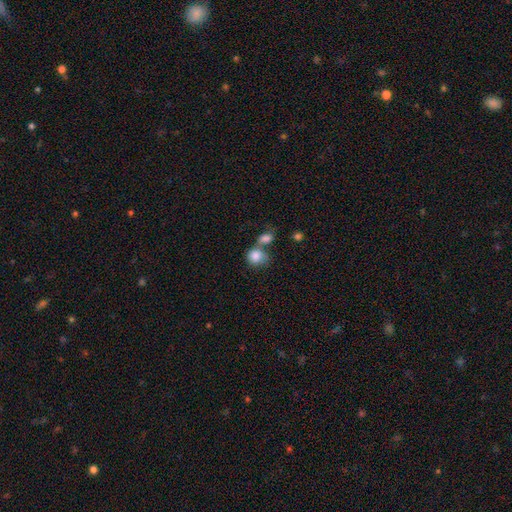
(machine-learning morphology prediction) A smooth galaxy with no disk features (84%) that is round (72%). Merging: merger (50%).